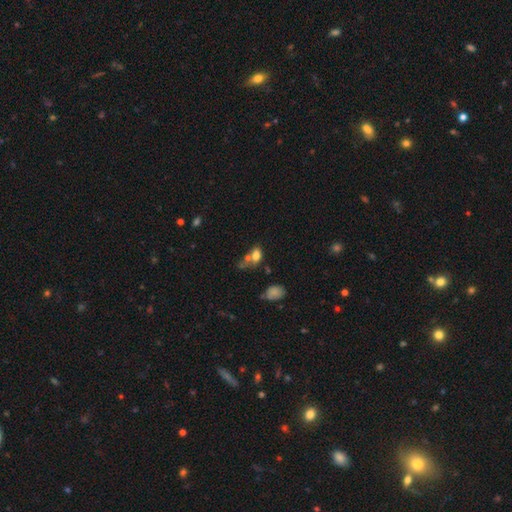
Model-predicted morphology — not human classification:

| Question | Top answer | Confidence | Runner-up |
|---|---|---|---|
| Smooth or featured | smooth | 74% | featured or disk (14%) |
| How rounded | in between | 80% | round (16%) |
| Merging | merger | 41% | none (31%) |